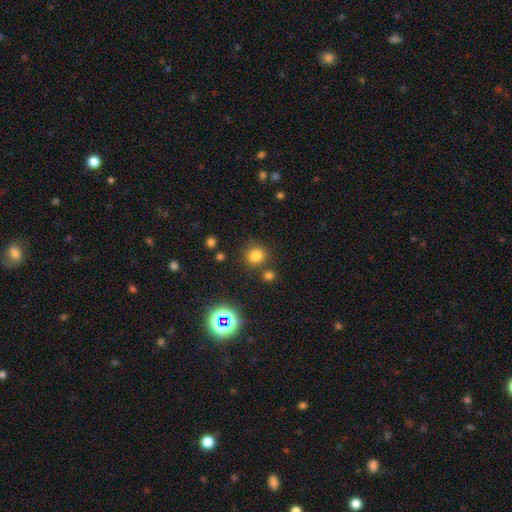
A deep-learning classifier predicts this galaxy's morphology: A smooth galaxy with no disk features (76%) that is round (84%). Merging: none (80%).